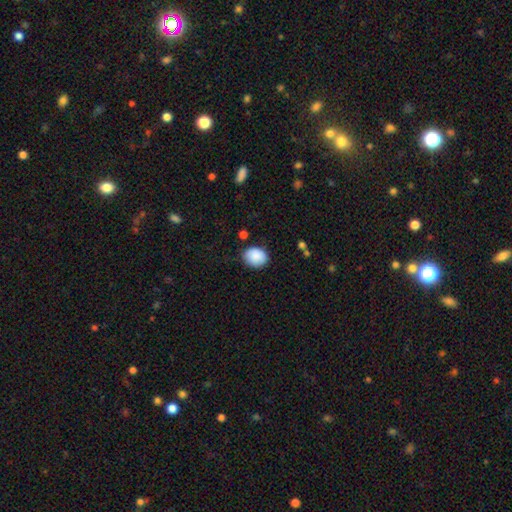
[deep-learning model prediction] smooth_or_featured: smooth (p=0.89) [alt: star or artifact p=0.07]
how_rounded: in between (p=0.52) [alt: round p=0.47]
merging: none (p=0.78) [alt: minor disturbance p=0.17]